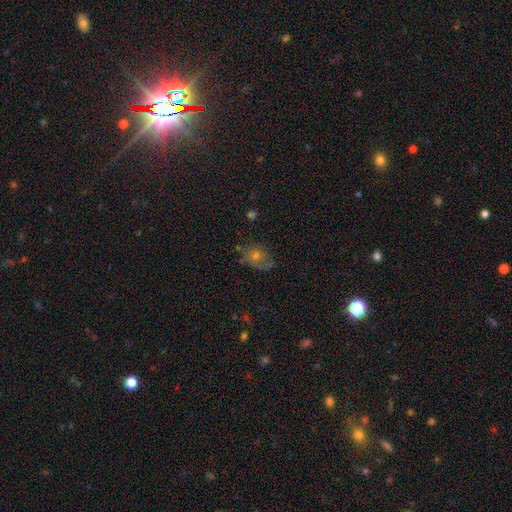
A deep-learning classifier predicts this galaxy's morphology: Smooth or featured? smooth (44%)
Merging? none (57%)